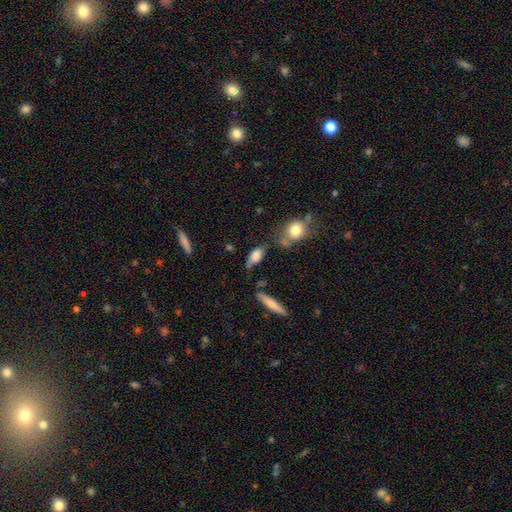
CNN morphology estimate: Smooth or featured: smooth — 71% (featured or disk — 21%)
How rounded: in between — 75% (cigar-shaped — 18%)
Merging: none — 49% (minor disturbance — 27%)